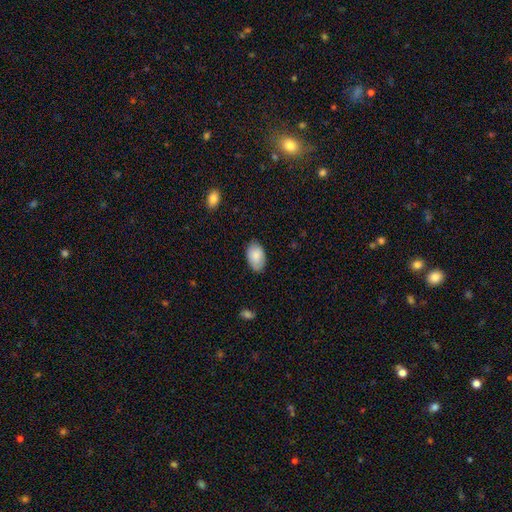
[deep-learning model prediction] Smooth or featured: smooth — 87% (featured or disk — 7%)
How rounded: in between — 93% (round — 5%)
Merging: none — 83% (minor disturbance — 14%)